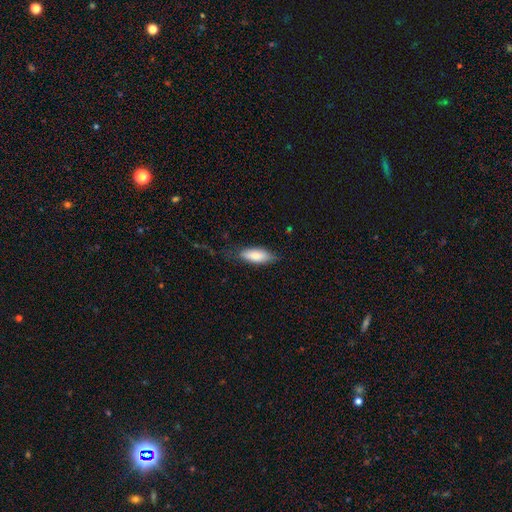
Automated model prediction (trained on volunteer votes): A smooth galaxy with no disk features (82%) that is in between round and cigar-shaped (75%). Merging: none (69%).